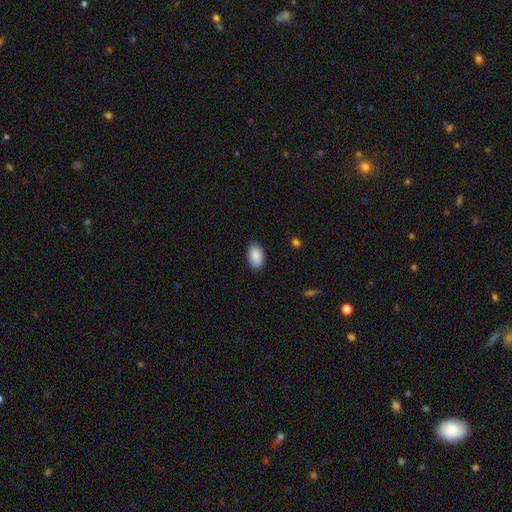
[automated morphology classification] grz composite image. It shows a smooth galaxy with no disk features (89%) that is in between round and cigar-shaped (94%). Merging: none (86%).